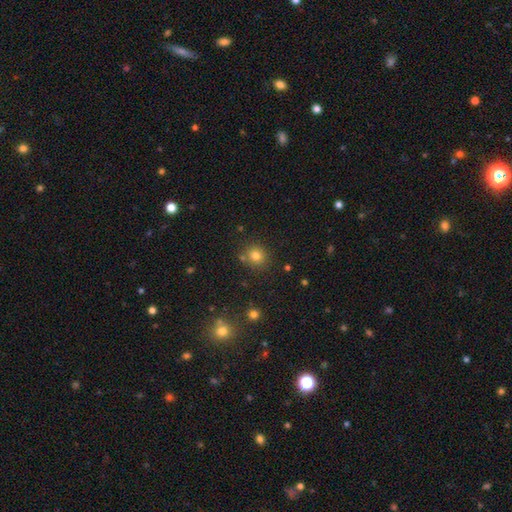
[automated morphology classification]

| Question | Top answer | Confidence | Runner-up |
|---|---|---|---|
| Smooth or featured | smooth | 78% | star or artifact (15%) |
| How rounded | round | 86% | in between (14%) |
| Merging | none | 78% | minor disturbance (10%) |